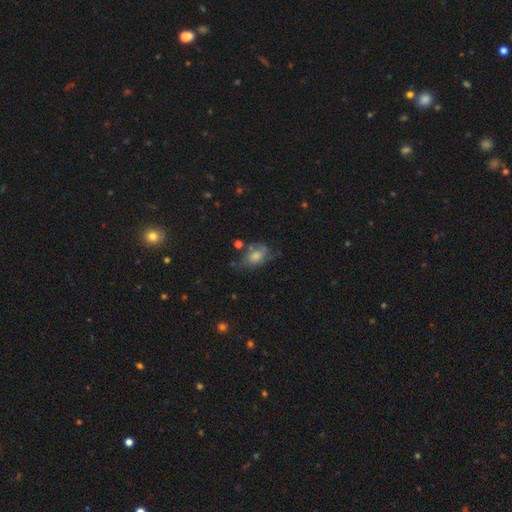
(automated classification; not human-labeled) Smooth or featured? smooth (62%)
How rounded? in between (80%)
Merging? none (37%)